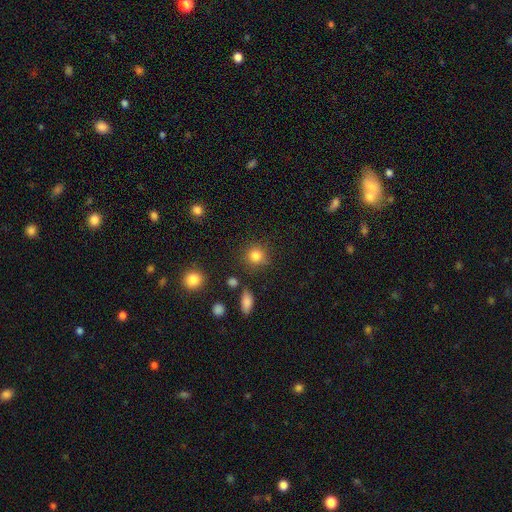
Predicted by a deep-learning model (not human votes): Q: Smooth or featured?
A: smooth (83%); runner-up: star or artifact (11%)
Q: How rounded?
A: round (88%); runner-up: in between (11%)
Q: Merging?
A: none (81%); runner-up: minor disturbance (11%)